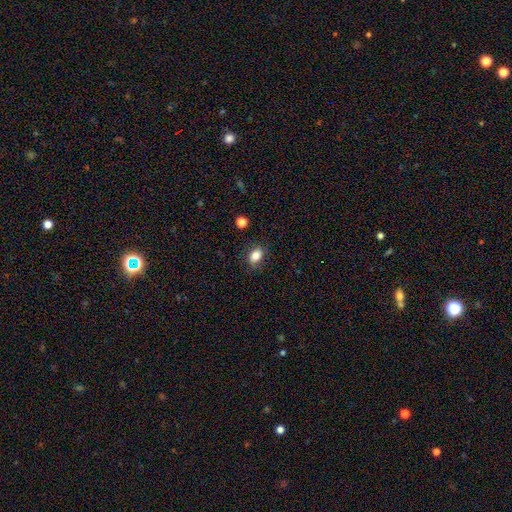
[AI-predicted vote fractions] Smooth or featured? Predicted: smooth (p=0.82). How rounded? Predicted: in between (p=0.76). Merging? Predicted: none (p=0.84).